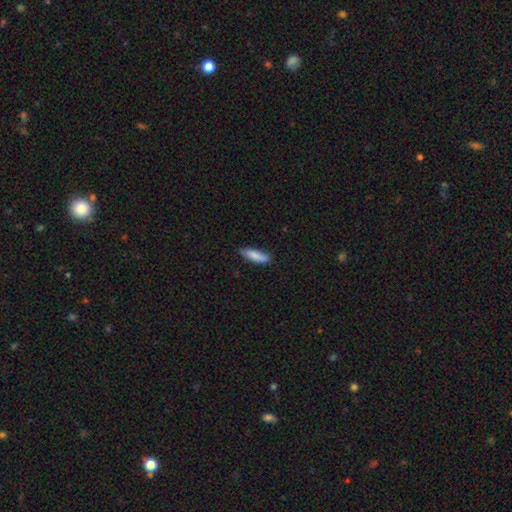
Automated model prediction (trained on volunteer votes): Smooth or featured? smooth (85%)
How rounded? cigar-shaped (59%)
Merging? none (82%)